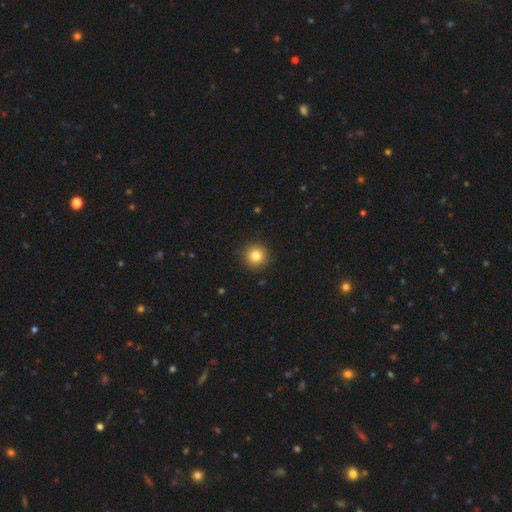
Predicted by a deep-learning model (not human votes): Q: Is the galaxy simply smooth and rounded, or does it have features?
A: smooth — 82%.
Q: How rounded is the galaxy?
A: round — 95%.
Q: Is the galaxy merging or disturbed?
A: none — 91%.